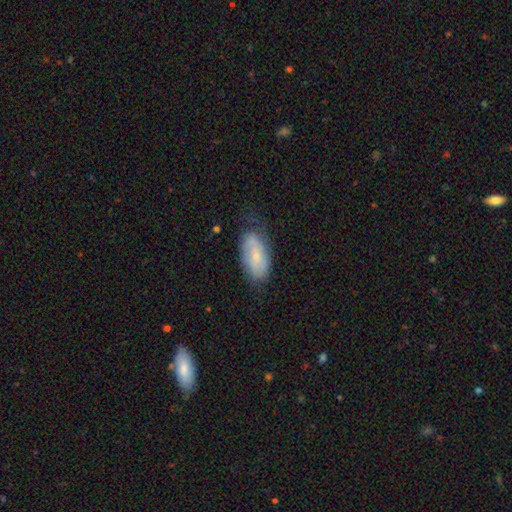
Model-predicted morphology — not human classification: The model was most divided on "smooth or featured": smooth: 49%, featured or disk: 43%, star or artifact: 8%. More confident: merging — none (56%).